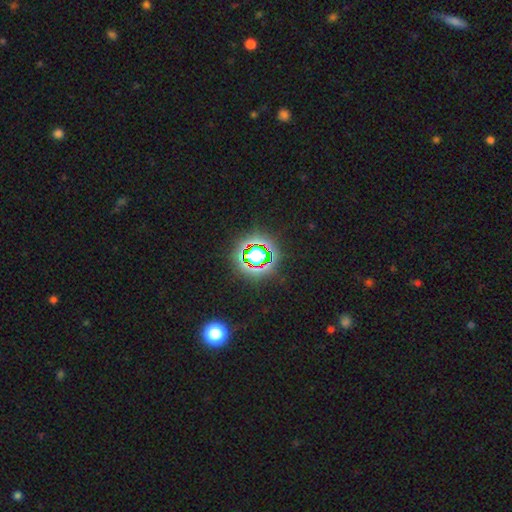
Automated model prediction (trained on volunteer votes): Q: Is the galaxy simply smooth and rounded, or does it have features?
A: star or artifact — 69%.